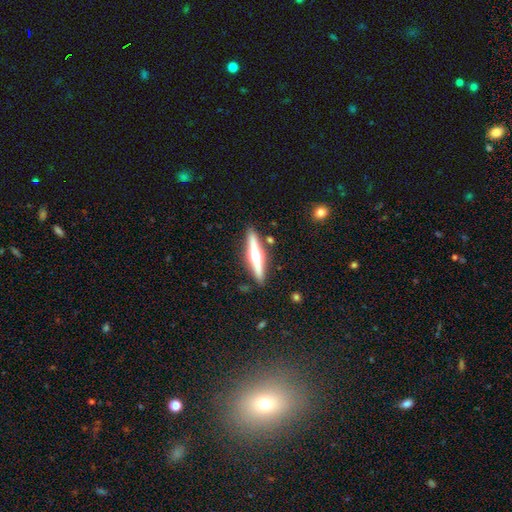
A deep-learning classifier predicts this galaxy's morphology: A featured or disk galaxy (74%) viewed edge-on (97%) with a rounded central bulge (95%). Merging: none (88%).